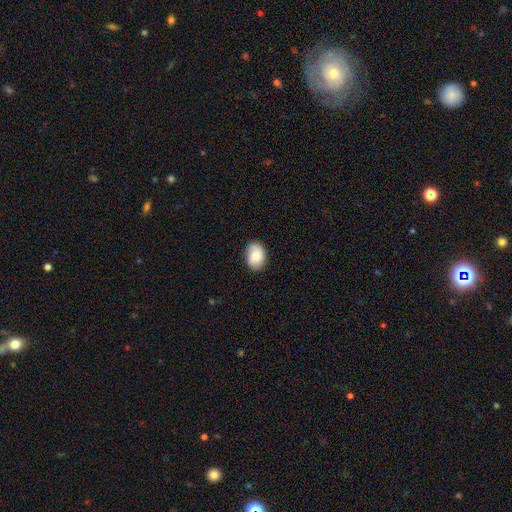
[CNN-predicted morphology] Q: Smooth or featured?
A: smooth (80%); runner-up: featured or disk (13%)
Q: How rounded?
A: in between (77%); runner-up: round (22%)
Q: Merging?
A: none (79%); runner-up: minor disturbance (16%)